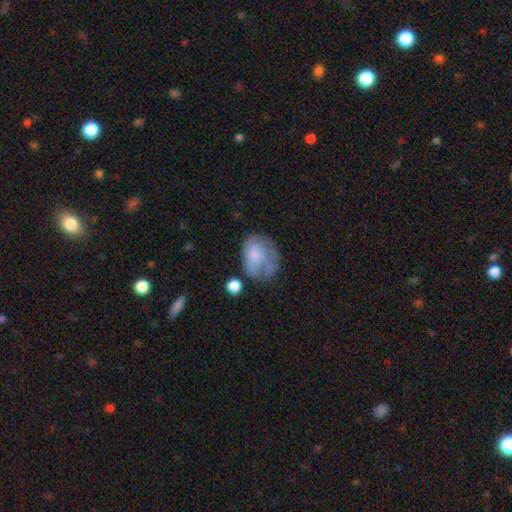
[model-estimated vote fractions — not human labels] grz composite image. It shows a smooth galaxy with no disk features (63%) that is in between round and cigar-shaped (65%). Merging: none (32%).